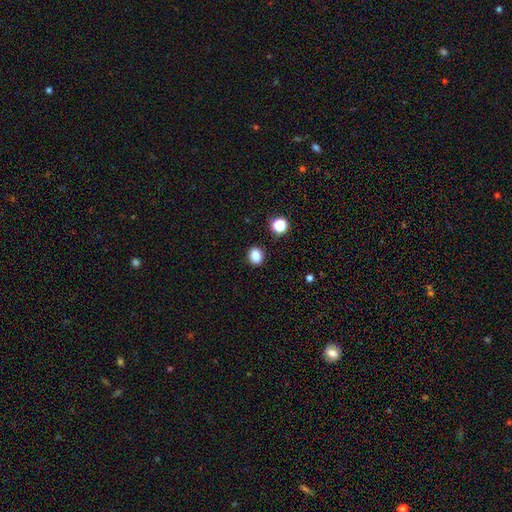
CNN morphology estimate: This is clearly a smooth galaxy (85%). How rounded: possibly in between (51%). Merging: clearly none (88%).